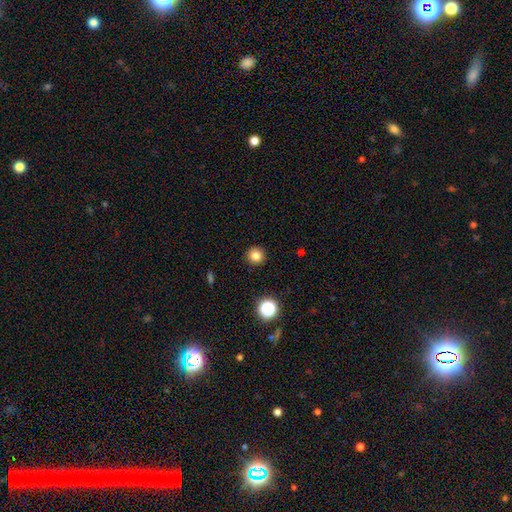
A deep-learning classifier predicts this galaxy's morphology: Q: Smooth or featured?
A: smooth (81%); runner-up: star or artifact (13%)
Q: How rounded?
A: round (95%); runner-up: in between (4%)
Q: Merging?
A: none (92%); runner-up: minor disturbance (5%)